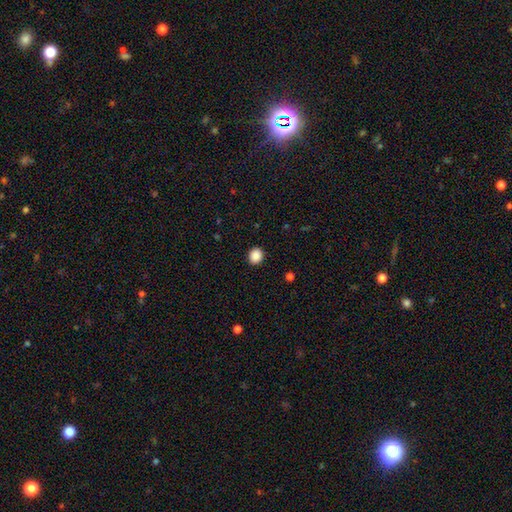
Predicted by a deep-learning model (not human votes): smooth-or-featured: smooth: 89% | star or artifact: 9% | featured or disk: 2%
  how-rounded: round: 72% | in between: 27% | cigar-shaped: 1%
  merging: none: 91% | minor disturbance: 6% | major disturbance: 2% | merger: 1%